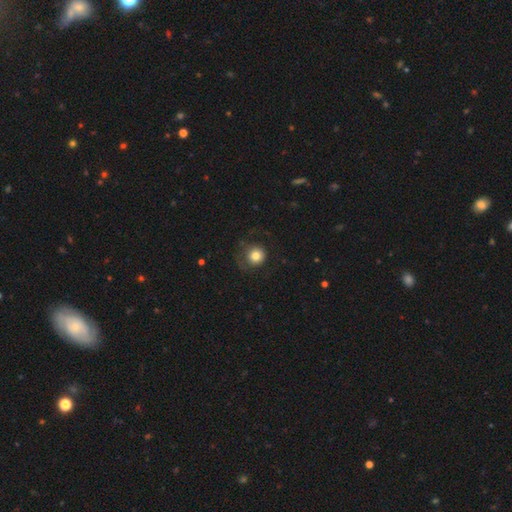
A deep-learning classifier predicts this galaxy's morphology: A smooth galaxy with no disk features (79%) that is round (92%).

Vote fractions:
- Smooth or featured? smooth: 79% / featured or disk: 12% / star or artifact: 10%
- How rounded? round: 92% / in between: 7% / cigar-shaped: 1%
- Merging? none: 66% / minor disturbance: 16% / major disturbance: 16% / merger: 1%